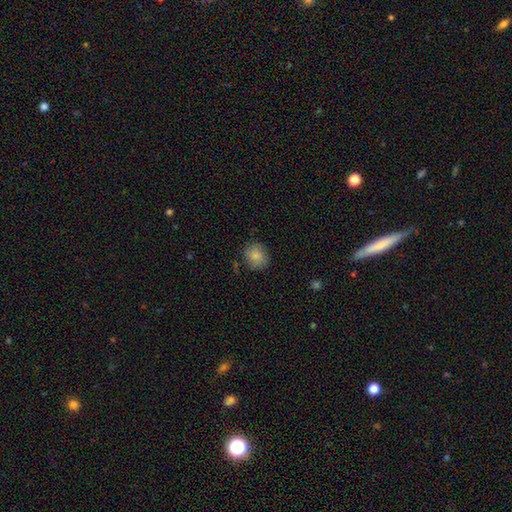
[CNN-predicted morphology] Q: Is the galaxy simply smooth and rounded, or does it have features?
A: smooth — 86%.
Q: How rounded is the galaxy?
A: round — 69%.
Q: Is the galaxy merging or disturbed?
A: none — 80%.